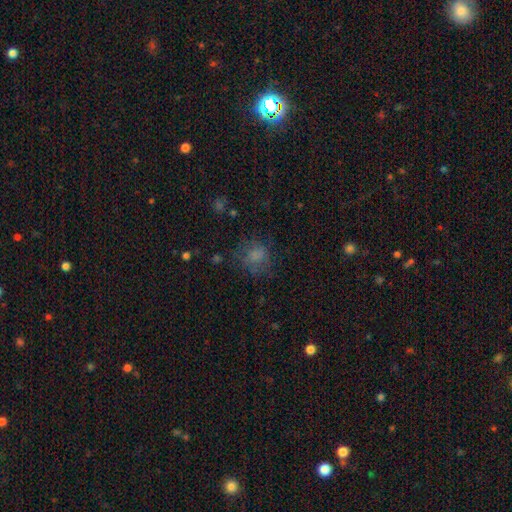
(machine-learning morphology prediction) The model was most divided on "merging": none: 63%, minor disturbance: 19%, major disturbance: 16%, merger: 2%. More confident: how rounded — round (73%); smooth or featured — smooth (70%).